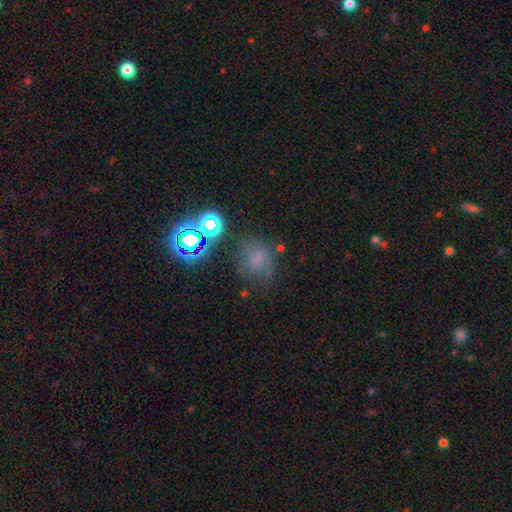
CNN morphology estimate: Smooth or featured?
  - smooth: 44% *
  - star or artifact: 36%
  - featured or disk: 20%
Merging?
  - none: 57% *
  - minor disturbance: 20%
  - major disturbance: 13%
  - merger: 9%